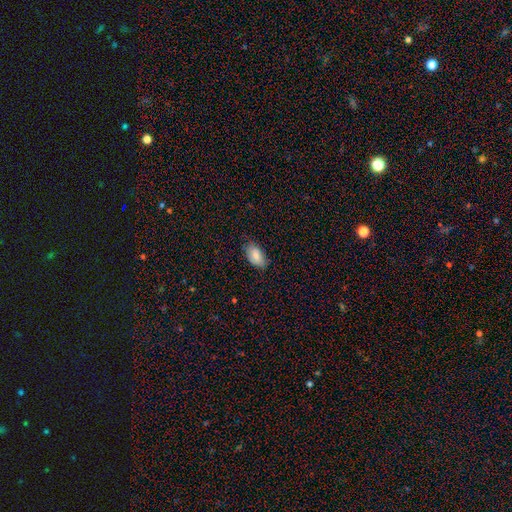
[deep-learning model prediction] Morphology: type=smooth (85%); roundness=in between (94%); merging=none (75%).